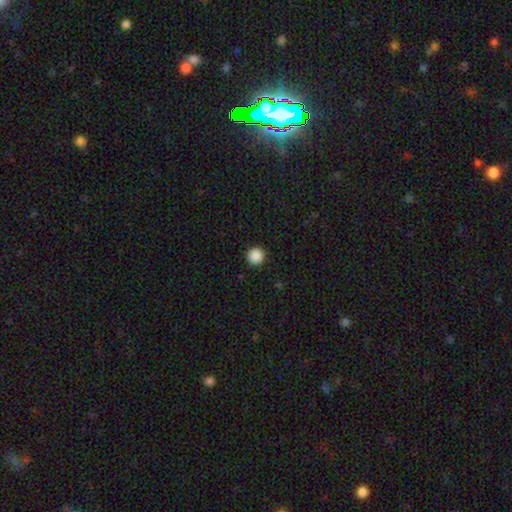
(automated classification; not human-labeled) Q: Smooth or featured?
A: smooth (88%); runner-up: star or artifact (10%)
Q: How rounded?
A: round (96%); runner-up: in between (3%)
Q: Merging?
A: none (93%); runner-up: minor disturbance (4%)